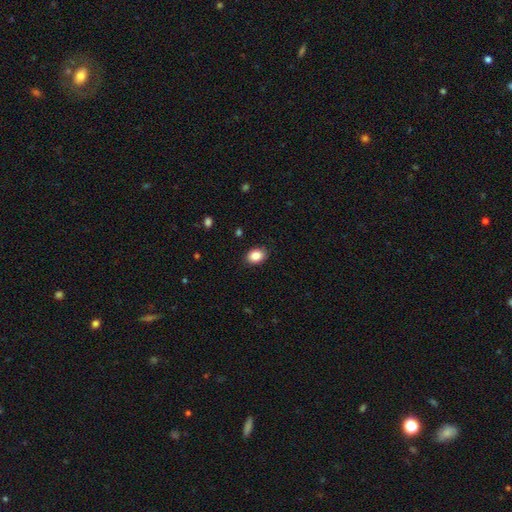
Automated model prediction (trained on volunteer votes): This appears to be a smooth galaxy with no disk features (87%) that is in between round and cigar-shaped (74%). Merging: none (88%).